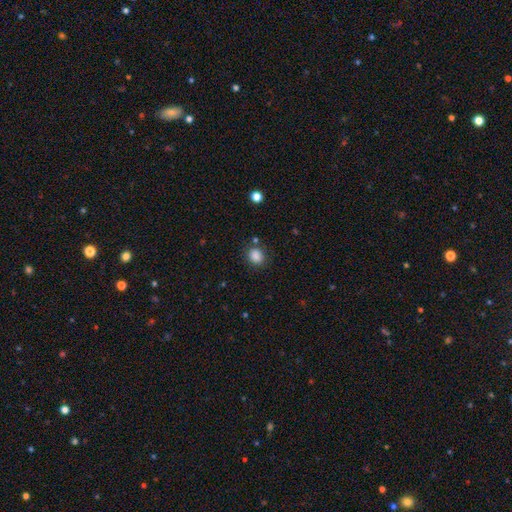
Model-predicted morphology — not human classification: Smooth or featured?
  - smooth: 86% *
  - star or artifact: 11%
  - featured or disk: 4%
How rounded?
  - round: 56% *
  - in between: 43%
  - cigar-shaped: 1%
Merging?
  - none: 79% *
  - minor disturbance: 12%
  - merger: 4%
  - major disturbance: 4%